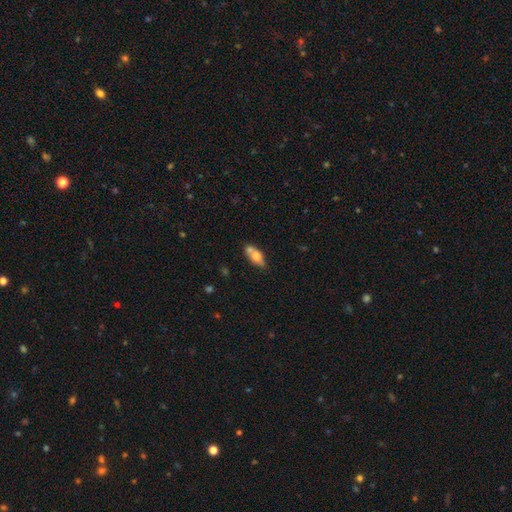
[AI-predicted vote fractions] Q: Smooth or featured?
A: smooth (68%); runner-up: featured or disk (25%)
Q: How rounded?
A: in between (80%); runner-up: cigar-shaped (14%)
Q: Merging?
A: none (48%); runner-up: merger (32%)